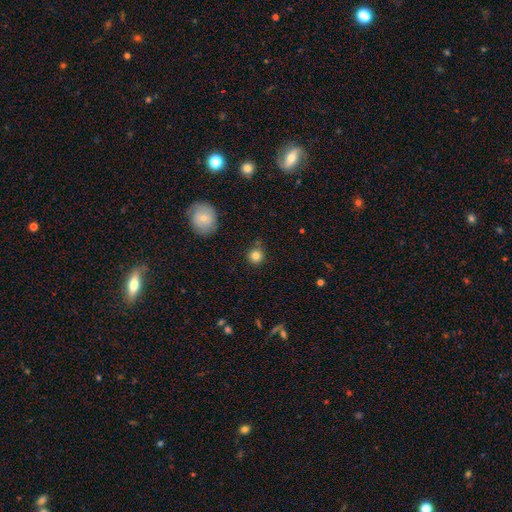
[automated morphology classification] A smooth galaxy with no disk features (83%) that is round (92%).

Vote fractions:
- Smooth or featured? smooth: 83% / star or artifact: 11% / featured or disk: 6%
- How rounded? round: 92% / in between: 7% / cigar-shaped: 1%
- Merging? none: 81% / minor disturbance: 12% / merger: 5% / major disturbance: 3%